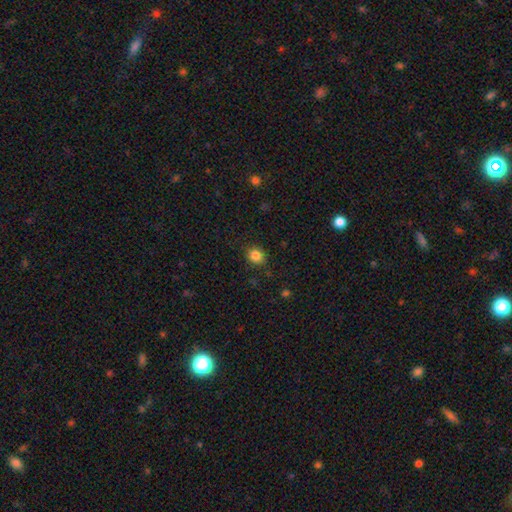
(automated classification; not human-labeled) This appears to be a smooth galaxy with no disk features (85%) that is round (77%). Merging: none (88%).